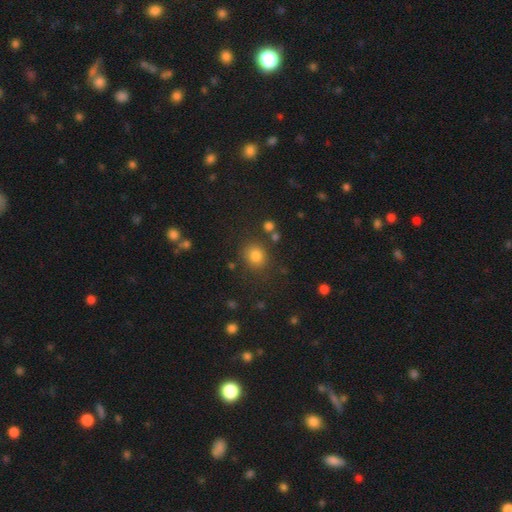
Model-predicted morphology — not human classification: A smooth galaxy with no disk features (79%) that is round (81%). Merging: none (82%).